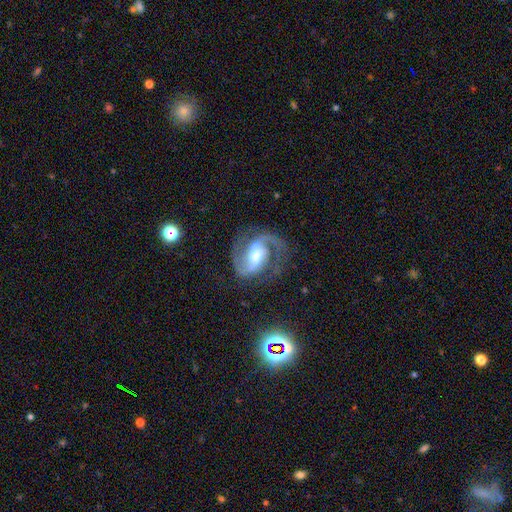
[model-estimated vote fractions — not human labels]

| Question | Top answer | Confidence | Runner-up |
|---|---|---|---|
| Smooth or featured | featured or disk | 91% | star or artifact (5%) |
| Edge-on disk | no | 98% | yes (2%) |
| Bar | weak | 49% | strong (29%) |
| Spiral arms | yes | 98% | no (2%) |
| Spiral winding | medium | 62% | tight (23%) |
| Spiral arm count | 2 | 90% | 1 (3%) |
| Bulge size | moderate | 60% | large (20%) |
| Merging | none | 72% | minor disturbance (16%) |